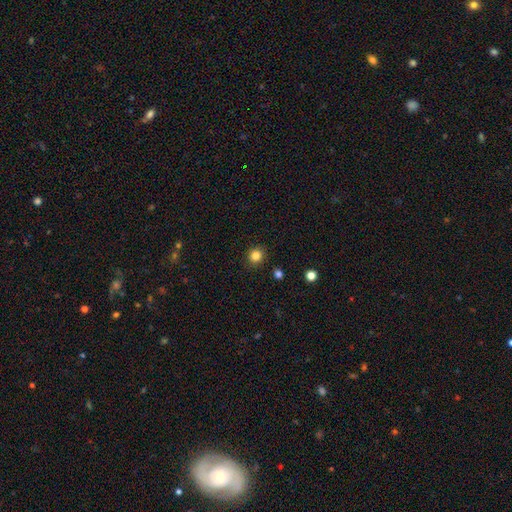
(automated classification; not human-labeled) This is clearly a smooth galaxy (83%). How rounded: clearly round (85%). Merging: clearly none (90%).